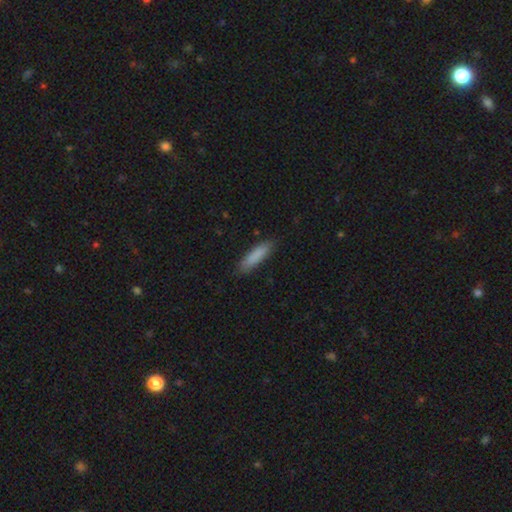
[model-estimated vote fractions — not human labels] This appears to be a smooth galaxy with no disk features (85%) that is cigar-shaped (72%). Merging: none (84%).